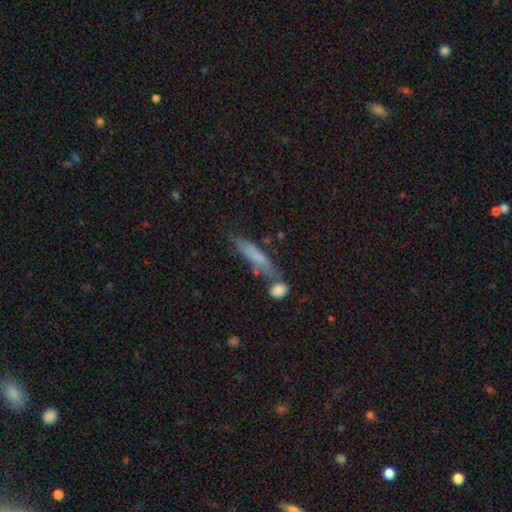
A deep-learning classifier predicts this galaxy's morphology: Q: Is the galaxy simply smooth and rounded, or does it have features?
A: smooth — 65%.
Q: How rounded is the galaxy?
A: cigar-shaped — 81%.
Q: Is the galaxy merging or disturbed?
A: none — 53%.